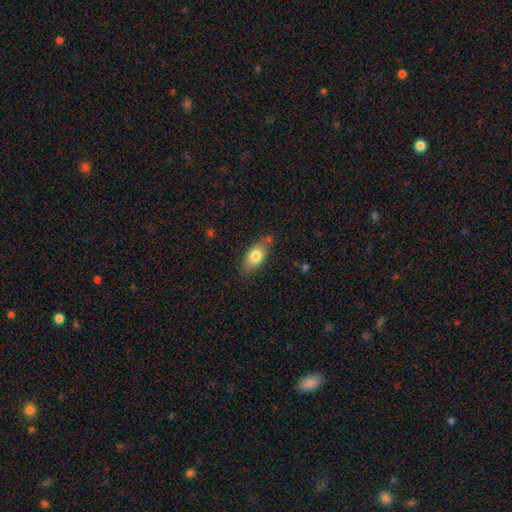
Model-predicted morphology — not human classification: smooth-or-featured: smooth: 79% | featured or disk: 13% | star or artifact: 7%
  how-rounded: in between: 87% | cigar-shaped: 7% | round: 6%
  merging: none: 71% | minor disturbance: 19% | merger: 6% | major disturbance: 4%